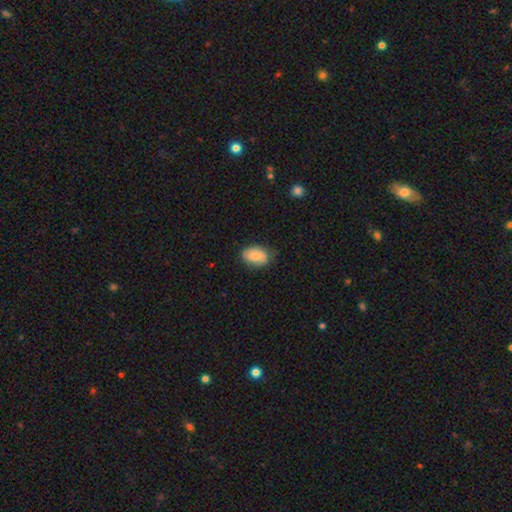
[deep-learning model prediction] This appears to be a smooth galaxy with no disk features (78%) that is in between round and cigar-shaped (87%). Merging: none (70%).